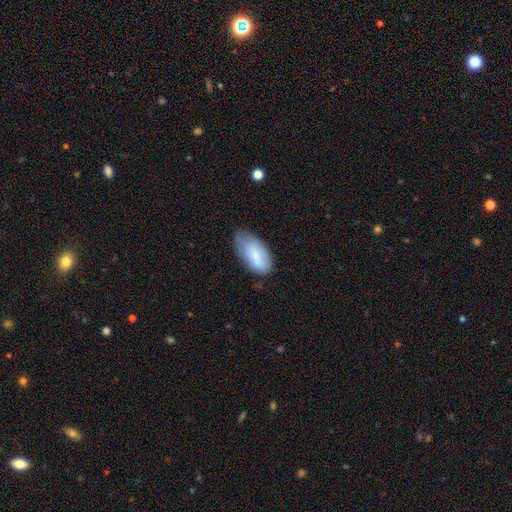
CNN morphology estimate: Smooth or featured: smooth — 74% (featured or disk — 20%)
How rounded: in between — 94% (cigar-shaped — 4%)
Merging: none — 56% (minor disturbance — 34%)